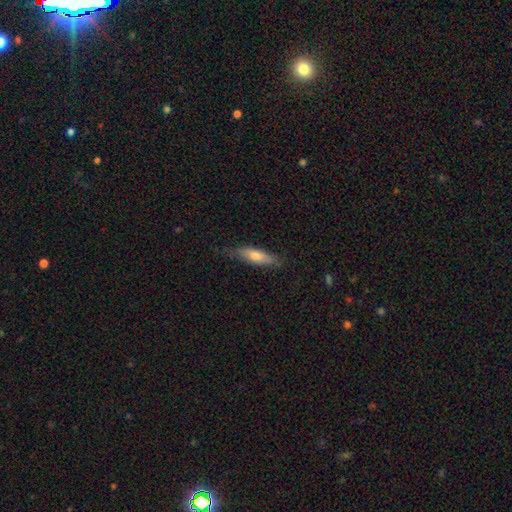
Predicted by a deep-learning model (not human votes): The model was most divided on "how rounded": cigar-shaped: 63%, in between: 36%, round: 2%. More confident: merging — none (73%); smooth or featured — smooth (66%).